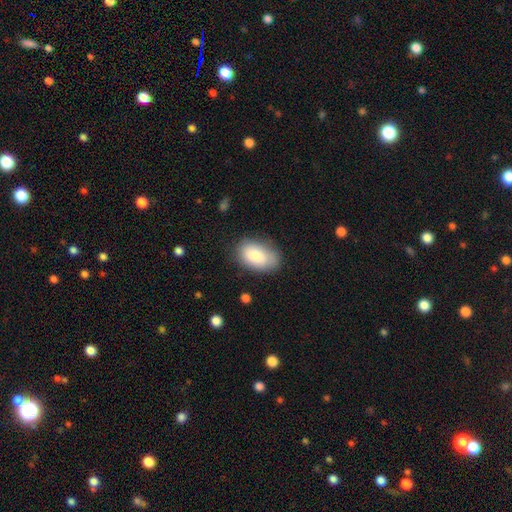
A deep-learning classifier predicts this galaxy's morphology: Smooth or featured? smooth (83%)
How rounded? in between (92%)
Merging? none (76%)